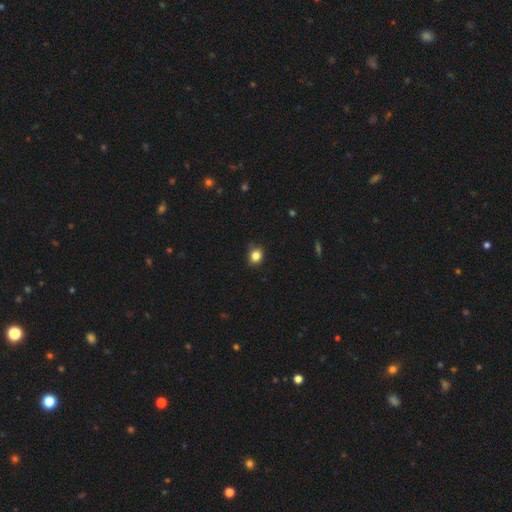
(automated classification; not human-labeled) A smooth galaxy with no disk features (83%) that is round (63%). Merging: none (75%).